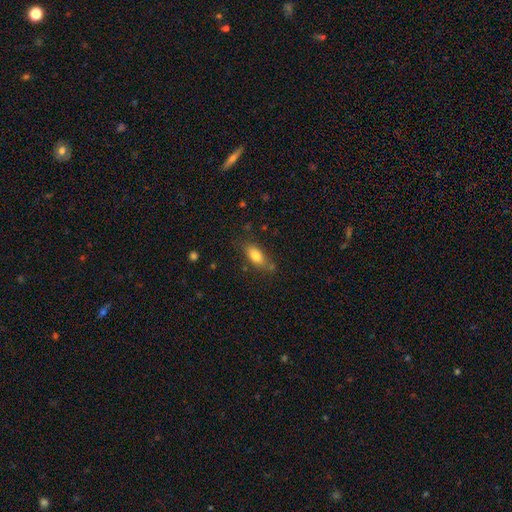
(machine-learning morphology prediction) A smooth galaxy with no disk features (80%) that is in between round and cigar-shaped (81%).

Vote fractions:
- Smooth or featured? smooth: 80% / featured or disk: 13% / star or artifact: 8%
- How rounded? in between: 81% / cigar-shaped: 15% / round: 4%
- Merging? none: 71% / minor disturbance: 19% / major disturbance: 5% / merger: 5%